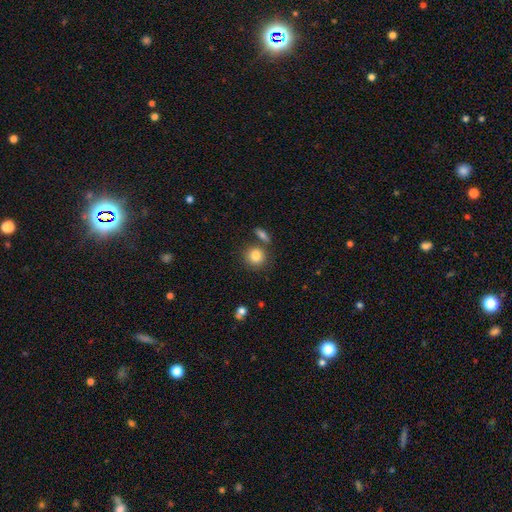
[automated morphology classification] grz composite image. It shows a smooth galaxy with no disk features (84%) that is round (85%). Merging: none (71%).